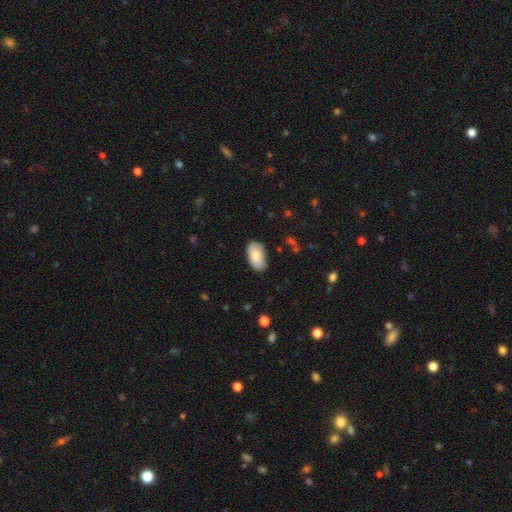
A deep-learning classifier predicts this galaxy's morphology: This is likely a smooth galaxy (78%). How rounded: clearly in between (94%). Merging: likely none (75%).